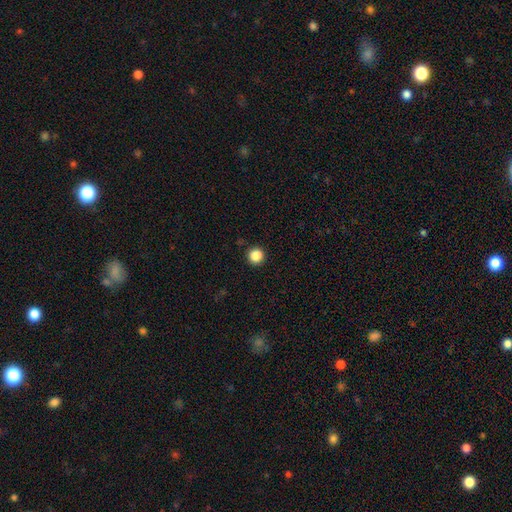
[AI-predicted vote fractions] smooth-or-featured: smooth: 87% | star or artifact: 10% | featured or disk: 3%
  how-rounded: round: 95% | in between: 4% | cigar-shaped: 1%
  merging: none: 92% | minor disturbance: 5% | major disturbance: 2% | merger: 1%